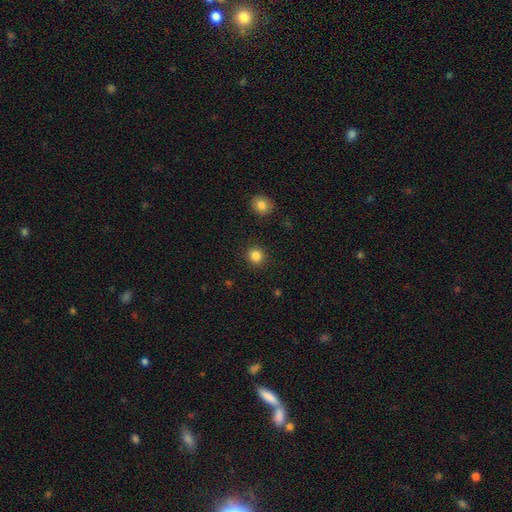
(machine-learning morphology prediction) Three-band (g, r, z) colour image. It shows a smooth galaxy with no disk features (85%) that is round (93%). Merging: none (91%).